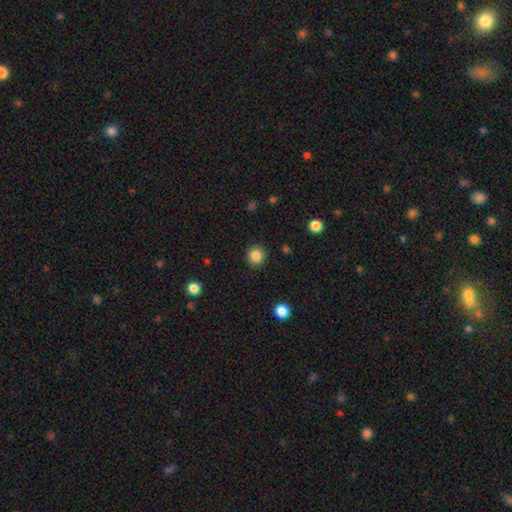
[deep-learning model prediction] A smooth galaxy with no disk features (85%) that is round (93%). Merging: none (91%).